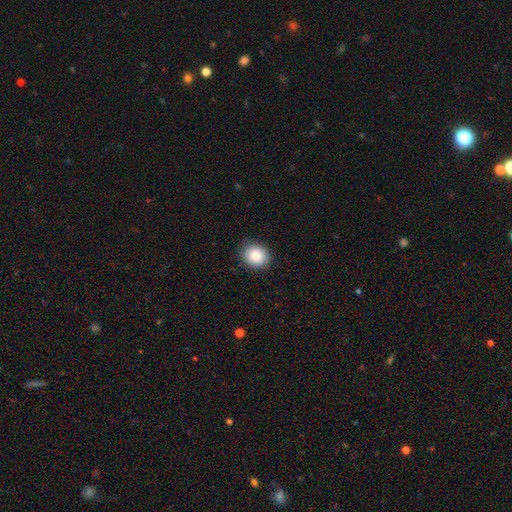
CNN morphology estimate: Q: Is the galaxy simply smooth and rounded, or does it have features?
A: smooth — 85%.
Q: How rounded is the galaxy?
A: round — 67%.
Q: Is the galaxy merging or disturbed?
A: none — 88%.